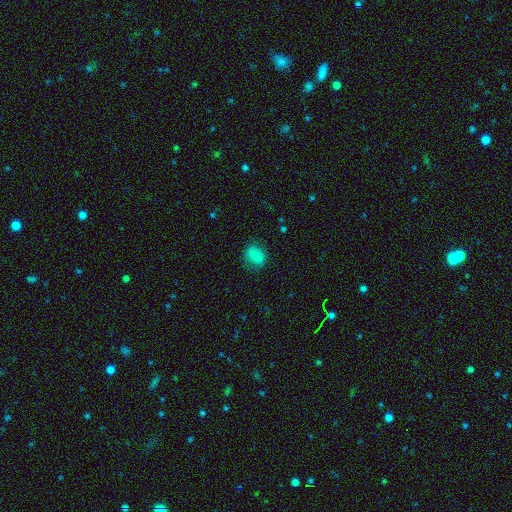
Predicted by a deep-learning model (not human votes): A smooth galaxy with no disk features (82%) that is in between round and cigar-shaped (61%).

Vote fractions:
- Smooth or featured? smooth: 82% / star or artifact: 9% / featured or disk: 9%
- How rounded? in between: 61% / round: 38% / cigar-shaped: 2%
- Merging? none: 75% / minor disturbance: 18% / major disturbance: 6% / merger: 1%